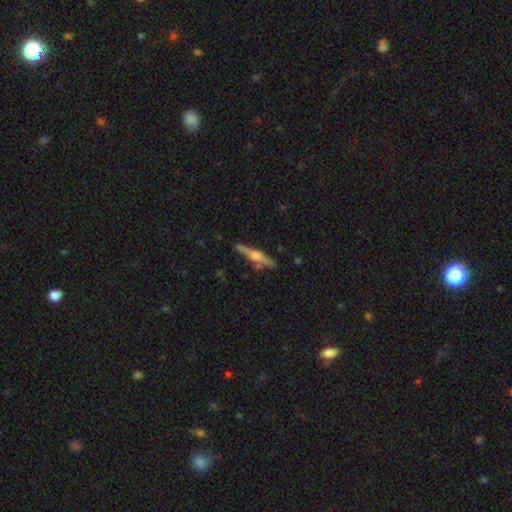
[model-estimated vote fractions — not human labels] This appears to be a featured or disk galaxy (73%) viewed edge-on (97%) with a rounded central bulge (84%). Merging: none (84%).